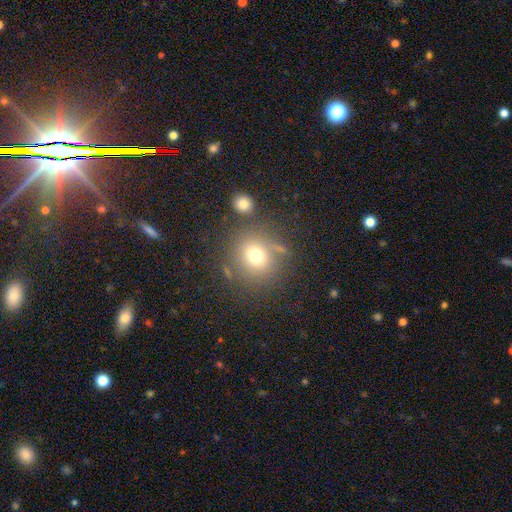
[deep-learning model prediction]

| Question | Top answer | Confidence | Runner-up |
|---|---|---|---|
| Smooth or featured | smooth | 72% | star or artifact (16%) |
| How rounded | round | 87% | in between (12%) |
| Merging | none | 74% | minor disturbance (12%) |